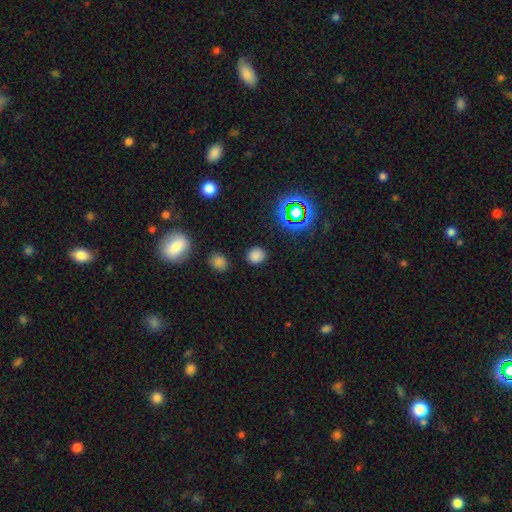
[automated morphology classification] smooth-or-featured: smooth: 78% | star or artifact: 18% | featured or disk: 5%
  how-rounded: round: 79% | in between: 20% | cigar-shaped: 1%
  merging: none: 88% | minor disturbance: 7% | major disturbance: 3% | merger: 2%